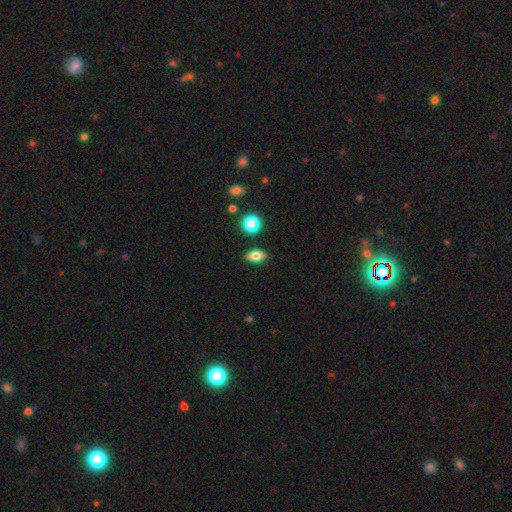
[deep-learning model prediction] Overall: smooth (77%). How rounded: in between (80%). Merging: none (87%).